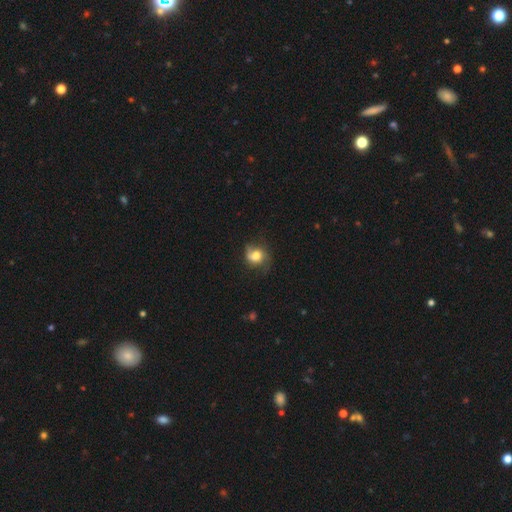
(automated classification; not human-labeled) A smooth galaxy with no disk features (62%) that is round (63%). Merging: none (52%).